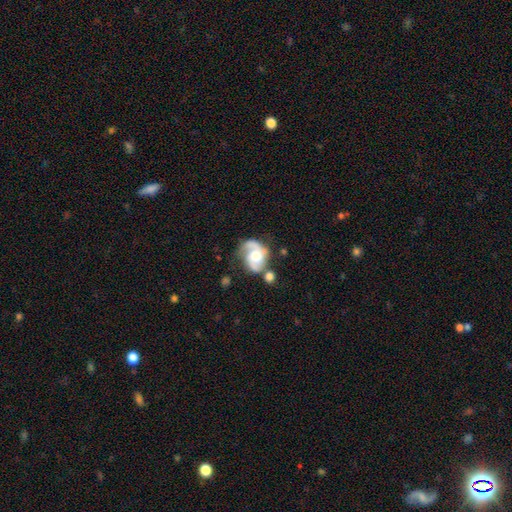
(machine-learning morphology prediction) A featured or disk galaxy (78%) with no bar (65%), 2 (75%) medium (48%) spiral arms (94%) and a moderate central bulge (56%). Merging: none (45%).